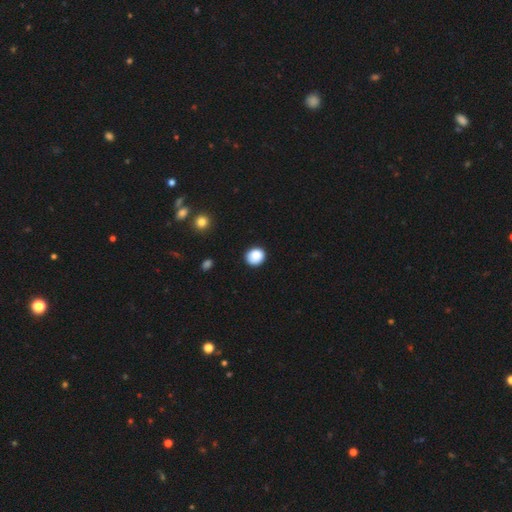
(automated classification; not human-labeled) Overall: smooth (89%). How rounded: round (77%). Merging: none (87%).